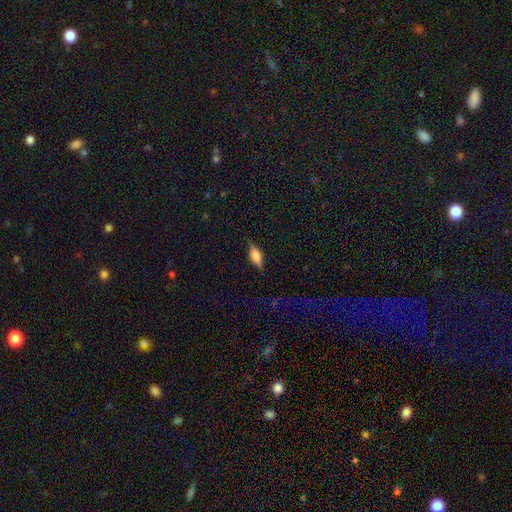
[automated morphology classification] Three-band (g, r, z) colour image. It shows a smooth galaxy with no disk features (62%) that is in between round and cigar-shaped (69%). Merging: none (79%).